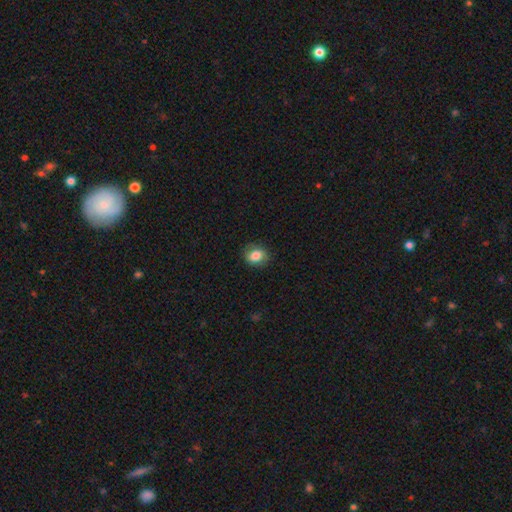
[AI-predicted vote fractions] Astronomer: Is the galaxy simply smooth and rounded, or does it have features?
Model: smooth — 83%.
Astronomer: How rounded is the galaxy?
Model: round — 54% (runner-up: in between, 45%).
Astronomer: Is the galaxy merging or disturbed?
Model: none — 84%.